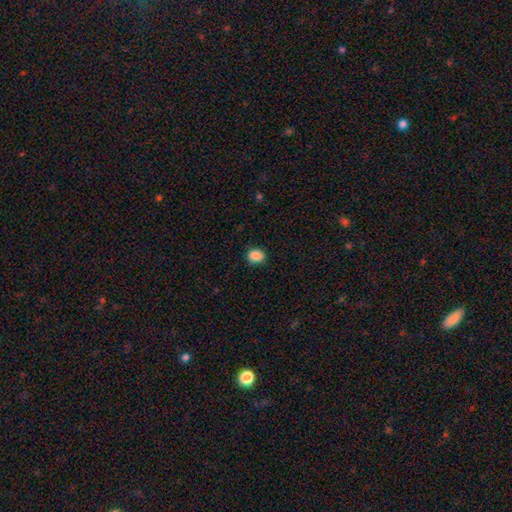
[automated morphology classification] Smooth or featured? smooth (88%)
How rounded? round (50%)
Merging? none (85%)